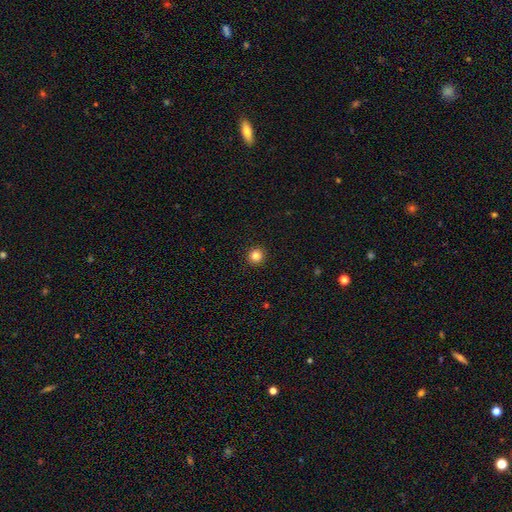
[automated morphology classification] This appears to be a smooth galaxy with no disk features (84%) that is round (94%). Merging: none (93%).